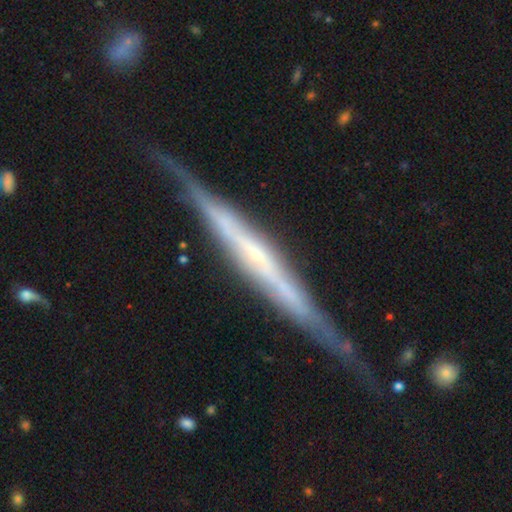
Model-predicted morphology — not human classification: Overall: featured or disk (83%). Edge-on disk: yes (94%). Edge-on bulge: none (49%; rounded 35%). Merging: none (74%).